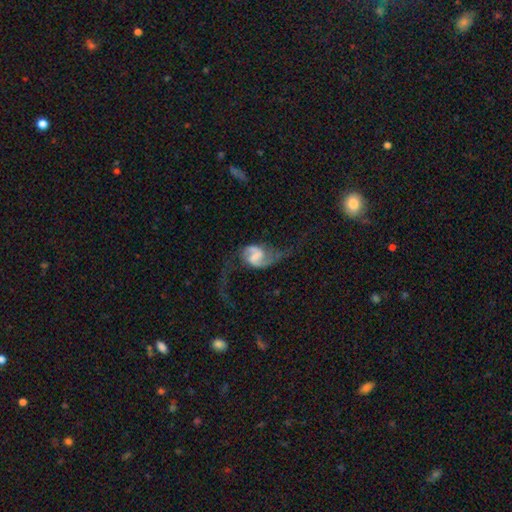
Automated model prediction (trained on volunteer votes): featured or disk 84%, smooth 10%, star or artifact 6%. Down the decision tree: edge-on disk — no (98%); bar — weak (50%); spiral arms — yes (94%); spiral arm count — 2 (92%); spiral winding — loose (70%); bulge size — none (44%); merging — none (43%).